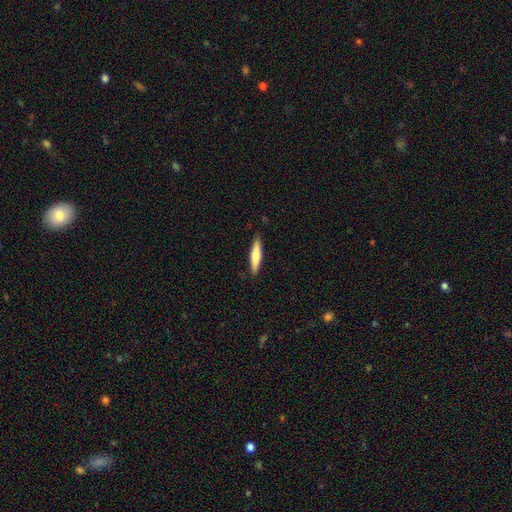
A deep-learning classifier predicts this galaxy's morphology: This is likely a smooth galaxy (63%). How rounded: clearly cigar-shaped (87%). Merging: clearly none (88%).